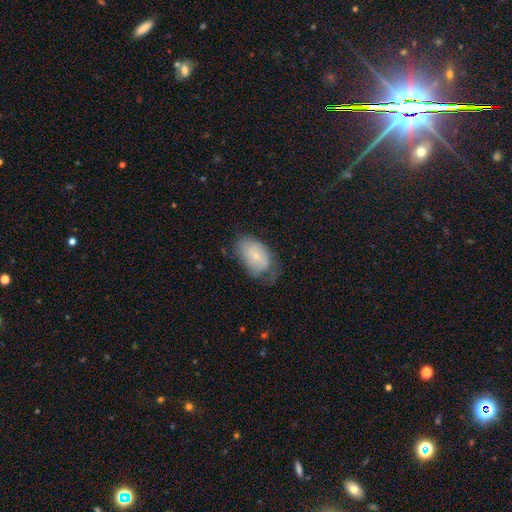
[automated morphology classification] Smooth or featured? Predicted: smooth (p=0.61). How rounded? Predicted: in between (p=0.89). Merging? Predicted: none (p=0.41).